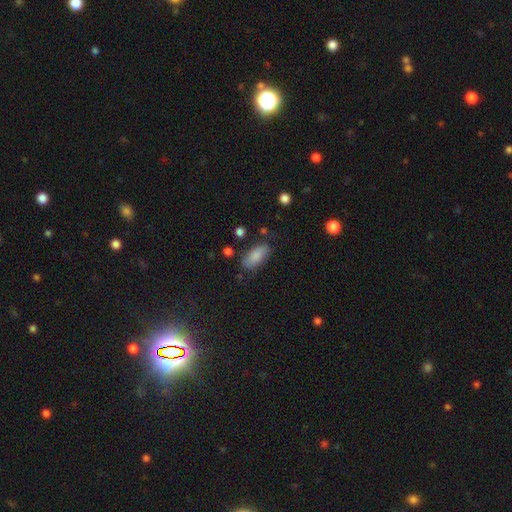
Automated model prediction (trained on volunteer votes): This is clearly a smooth galaxy (83%). How rounded: clearly in between (85%). Merging: likely none (76%).